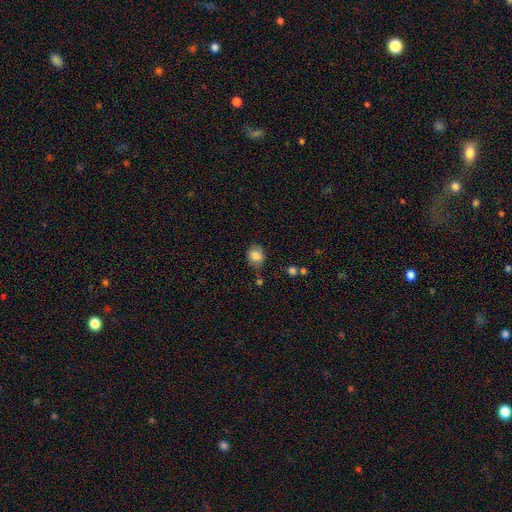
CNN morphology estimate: Smooth or featured: smooth — 81% (featured or disk — 10%)
How rounded: round — 56% (in between — 43%)
Merging: none — 64% (minor disturbance — 24%)